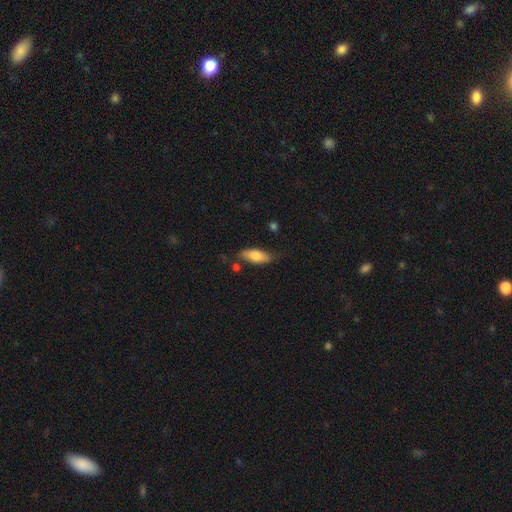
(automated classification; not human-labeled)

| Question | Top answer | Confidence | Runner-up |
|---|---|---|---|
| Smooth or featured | smooth | 76% | featured or disk (17%) |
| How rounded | in between | 75% | cigar-shaped (23%) |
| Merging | none | 71% | minor disturbance (20%) |